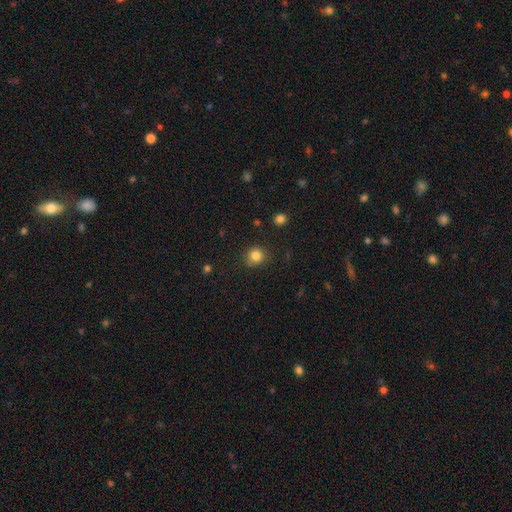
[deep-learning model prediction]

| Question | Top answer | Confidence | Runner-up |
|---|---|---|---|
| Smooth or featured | smooth | 83% | star or artifact (12%) |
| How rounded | round | 86% | in between (13%) |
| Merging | none | 83% | minor disturbance (12%) |